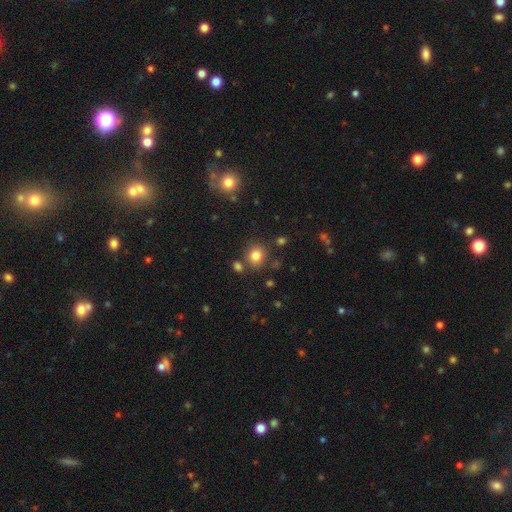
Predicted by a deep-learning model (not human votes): This is clearly a smooth galaxy (80%). How rounded: likely round (74%). Merging: likely none (77%).